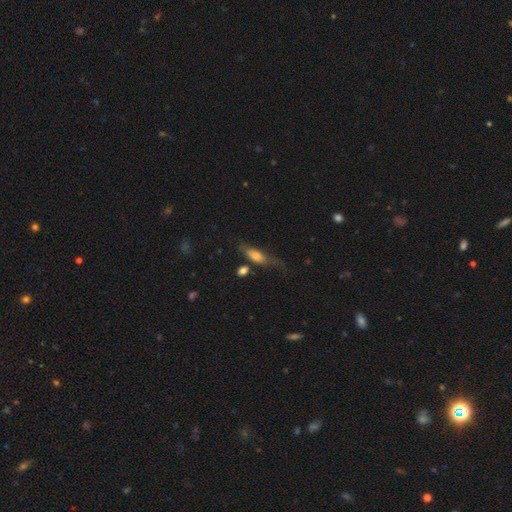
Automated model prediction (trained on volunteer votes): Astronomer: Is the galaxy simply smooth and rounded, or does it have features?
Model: smooth — 66%.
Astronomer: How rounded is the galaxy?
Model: in between — 57% (runner-up: cigar-shaped, 38%).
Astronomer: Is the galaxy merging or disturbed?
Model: none — 43% (runner-up: minor disturbance, 29%).